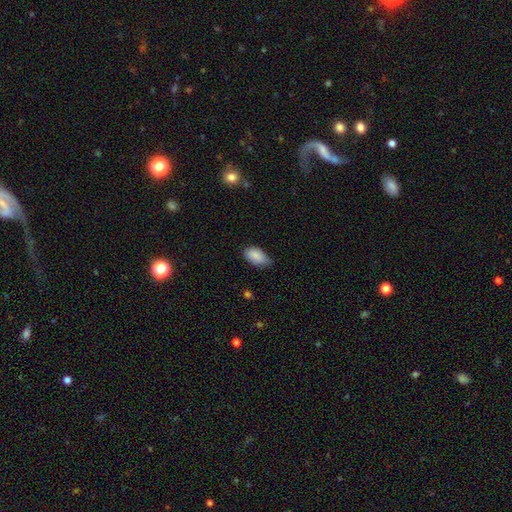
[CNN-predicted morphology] type=smooth (87%); roundness=in between (93%); merging=none (54%).